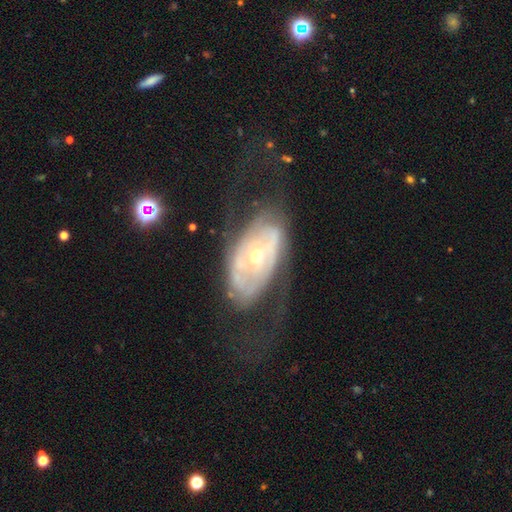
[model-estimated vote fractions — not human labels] Morphology: type=featured or disk (80%); edge-on=no (92%); bar=no (65%); spiral arms=yes (69%); winding=tight (50%); arm count=2 (45%); bulge=moderate (55%); merging=none (54%).